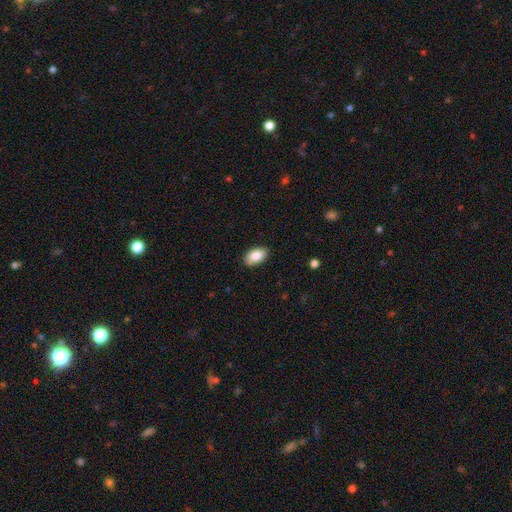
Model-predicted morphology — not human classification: Smooth or featured? smooth (87%)
How rounded? in between (93%)
Merging? none (85%)